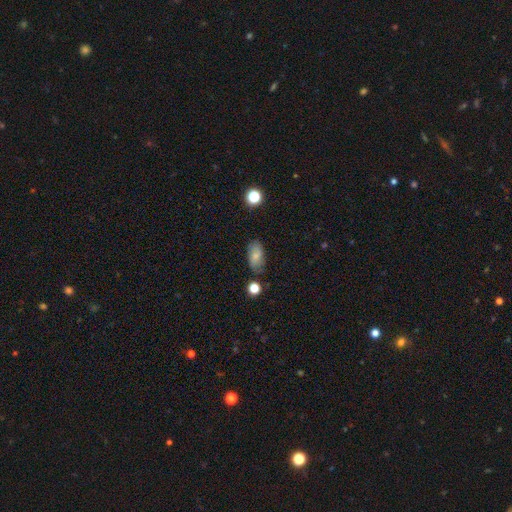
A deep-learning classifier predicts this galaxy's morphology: Q: Smooth or featured?
A: smooth (74%); runner-up: featured or disk (17%)
Q: How rounded?
A: in between (91%); runner-up: round (5%)
Q: Merging?
A: none (76%); runner-up: minor disturbance (17%)